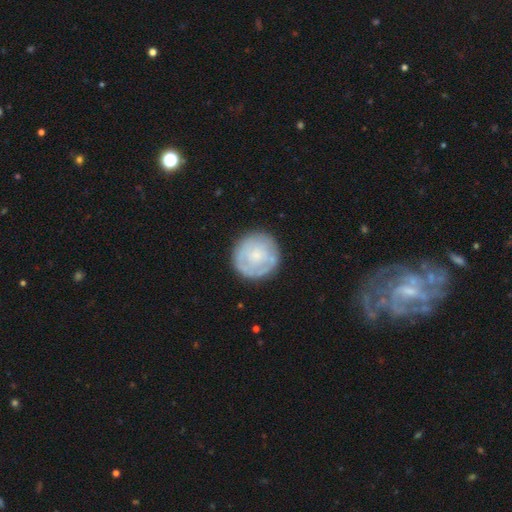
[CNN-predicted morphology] Q: Smooth or featured?
A: smooth (54%); runner-up: featured or disk (40%)
Q: How rounded?
A: round (93%); runner-up: in between (6%)
Q: Merging?
A: none (80%); runner-up: minor disturbance (14%)